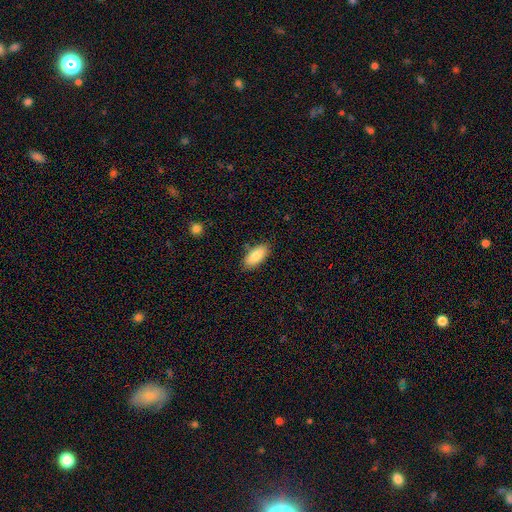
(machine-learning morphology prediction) smooth_or_featured: smooth (p=0.86) [alt: featured or disk p=0.08]
how_rounded: in between (p=0.90) [alt: cigar-shaped p=0.08]
merging: none (p=0.84) [alt: minor disturbance p=0.12]